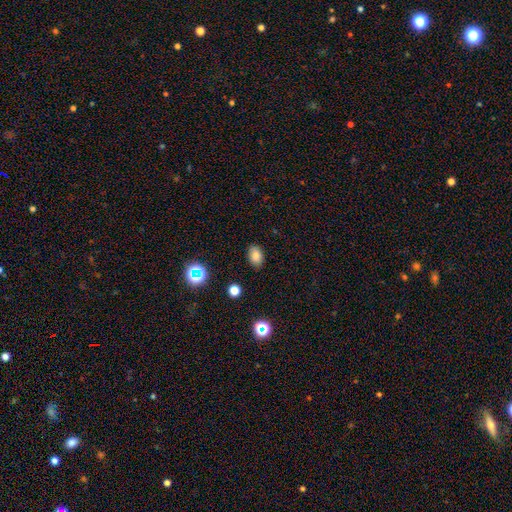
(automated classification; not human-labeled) smooth_or_featured: smooth (p=0.82) [alt: star or artifact p=0.12]
how_rounded: in between (p=0.84) [alt: round p=0.14]
merging: none (p=0.86) [alt: minor disturbance p=0.10]